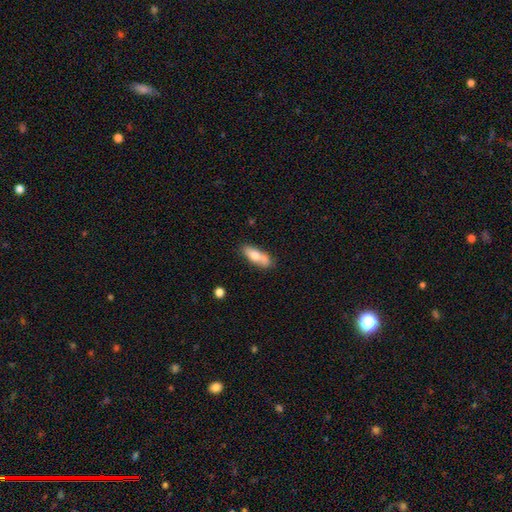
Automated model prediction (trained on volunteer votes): A smooth galaxy with no disk features (72%) that is in between round and cigar-shaped (64%).

Vote fractions:
- Smooth or featured? smooth: 72% / featured or disk: 21% / star or artifact: 7%
- How rounded? in between: 64% / cigar-shaped: 33% / round: 3%
- Merging? none: 54% / minor disturbance: 21% / merger: 19% / major disturbance: 6%